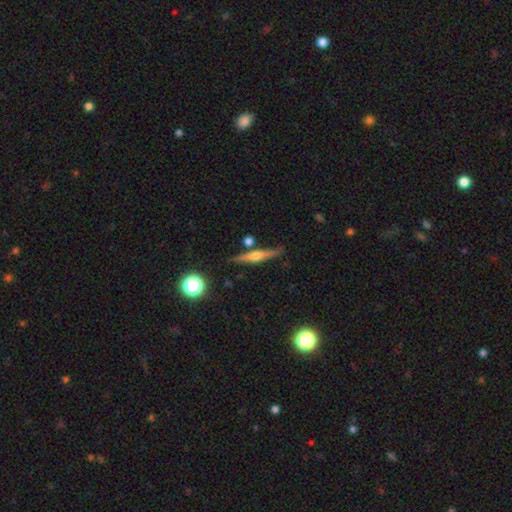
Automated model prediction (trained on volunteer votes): A featured or disk galaxy (71%) viewed edge-on (97%) with a rounded central bulge (89%).

Vote fractions:
- Smooth or featured? featured or disk: 71% / smooth: 21% / star or artifact: 8%
- Edge-on disk? yes: 97% / no: 3%
- Edge-on bulge? rounded: 89% / boxy: 6% / none: 5%
- Merging? none: 84% / minor disturbance: 9% / merger: 5% / major disturbance: 2%